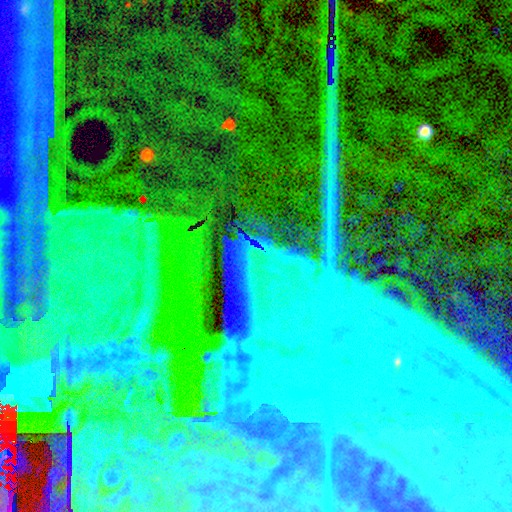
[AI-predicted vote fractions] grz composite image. It shows a star or artifact, not a galaxy (84%).